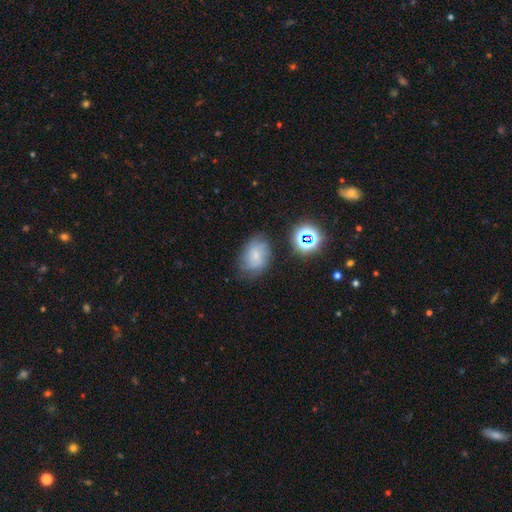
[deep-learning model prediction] Smooth or featured? smooth (62%)
How rounded? in between (69%)
Merging? none (65%)